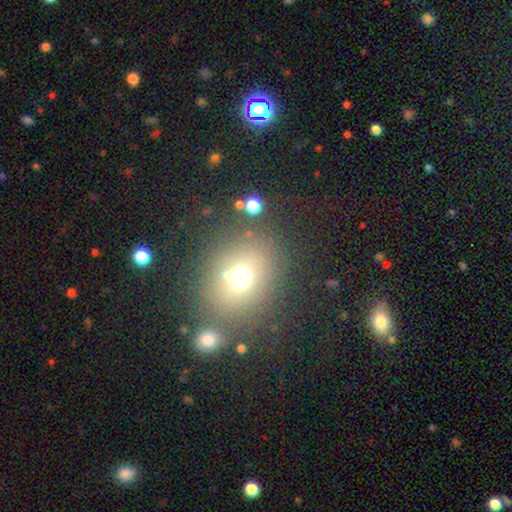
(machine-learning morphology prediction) Smooth or featured?
  - smooth: 63% *
  - star or artifact: 23%
  - featured or disk: 14%
How rounded?
  - round: 58% *
  - in between: 40%
  - cigar-shaped: 1%
Merging?
  - none: 78% *
  - minor disturbance: 11%
  - merger: 7%
  - major disturbance: 5%